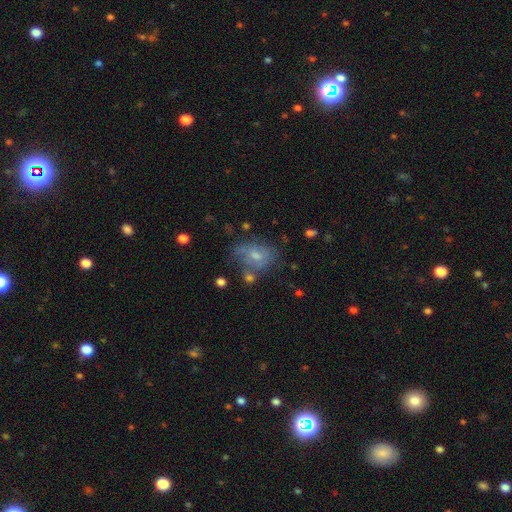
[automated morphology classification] smooth_or_featured: smooth (p=0.48) [alt: featured or disk p=0.39]
merging: none (p=0.45) [alt: minor disturbance p=0.25]